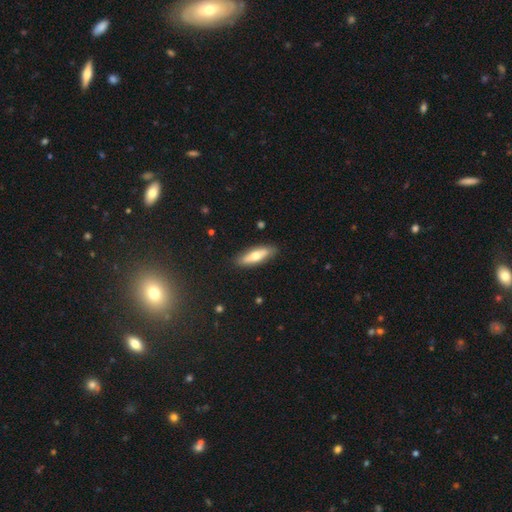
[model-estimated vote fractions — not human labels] Smooth or featured?
  - smooth: 60% *
  - featured or disk: 35%
  - star or artifact: 6%
How rounded?
  - cigar-shaped: 53% *
  - in between: 45%
  - round: 2%
Merging?
  - none: 87% *
  - minor disturbance: 10%
  - major disturbance: 2%
  - merger: 1%